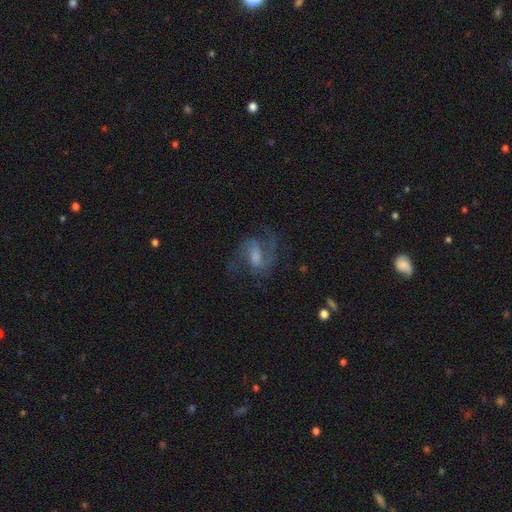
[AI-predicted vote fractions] smooth_or_featured: featured or disk (p=0.78) [alt: smooth p=0.14]
disk_edge_on: no (p=0.97) [alt: yes p=0.03]
bar: weak (p=0.54) [alt: strong p=0.25]
has_spiral_arms: yes (p=0.94) [alt: no p=0.06]
spiral_winding: medium (p=0.53) [alt: loose p=0.32]
spiral_arm_count: 2 (p=0.78) [alt: can't tell p=0.08]
bulge_size: moderate (p=0.37) [alt: small p=0.27]
merging: none (p=0.64) [alt: major disturbance p=0.18]